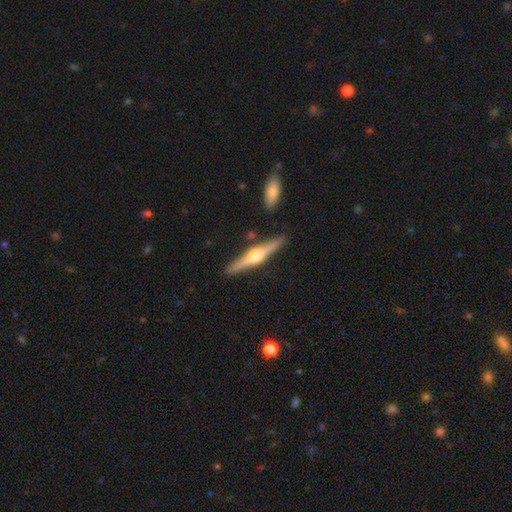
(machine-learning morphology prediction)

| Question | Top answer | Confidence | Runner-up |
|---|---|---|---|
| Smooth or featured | featured or disk | 75% | smooth (20%) |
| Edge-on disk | yes | 98% | no (2%) |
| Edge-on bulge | rounded | 92% | boxy (5%) |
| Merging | none | 88% | minor disturbance (8%) |